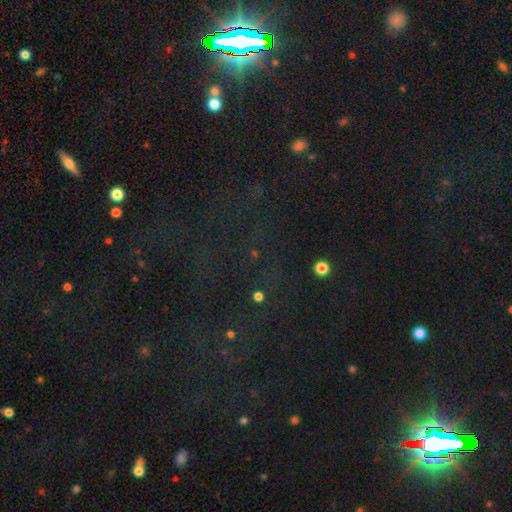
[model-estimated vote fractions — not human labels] Overall: star or artifact (76%).